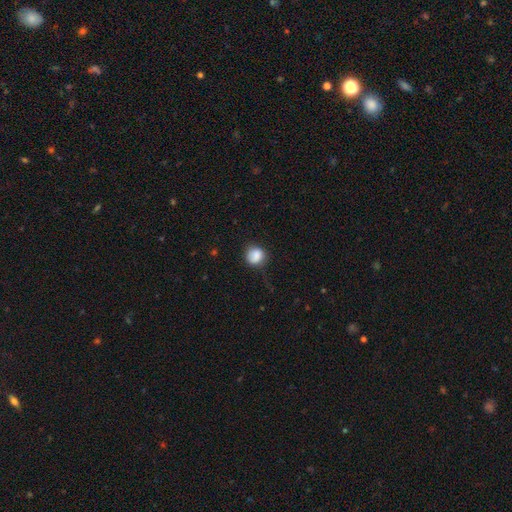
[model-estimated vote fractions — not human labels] Overall: smooth (83%). How rounded: round (79%). Merging: none (65%).